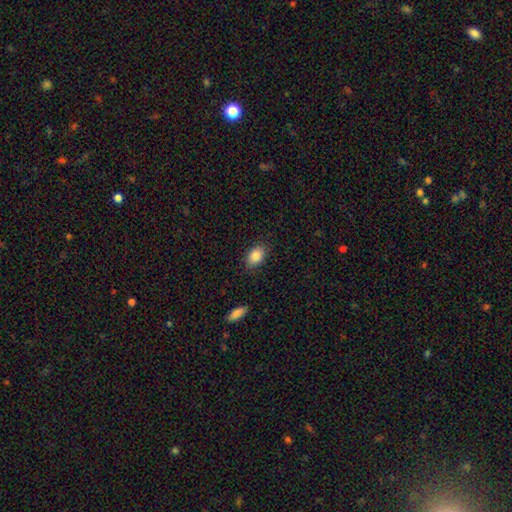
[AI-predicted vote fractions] This appears to be a smooth galaxy with no disk features (86%) that is in between round and cigar-shaped (83%). Merging: none (85%).